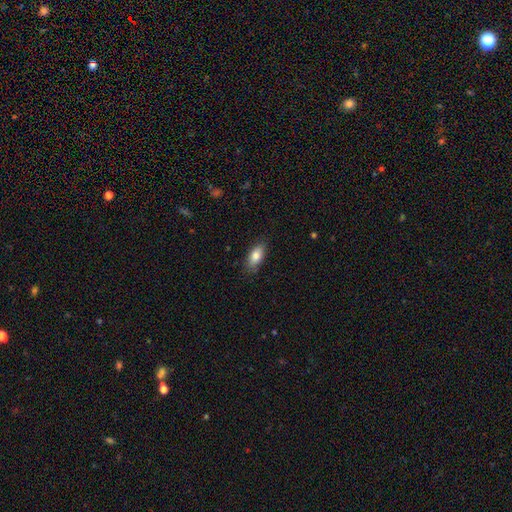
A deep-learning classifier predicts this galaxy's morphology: Overall: smooth (81%). How rounded: in between (87%). Merging: none (83%).